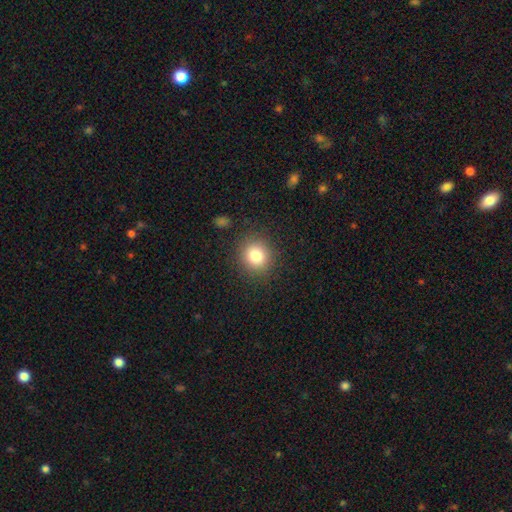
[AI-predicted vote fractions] smooth 82%, star or artifact 11%, featured or disk 7%. Down the decision tree: how rounded — round (84%); merging — none (87%).